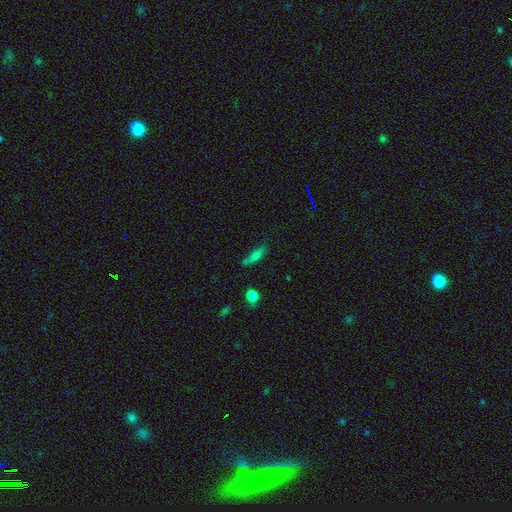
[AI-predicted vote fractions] Morphology: type=smooth (63%); roundness=cigar-shaped (66%); merging=none (63%).